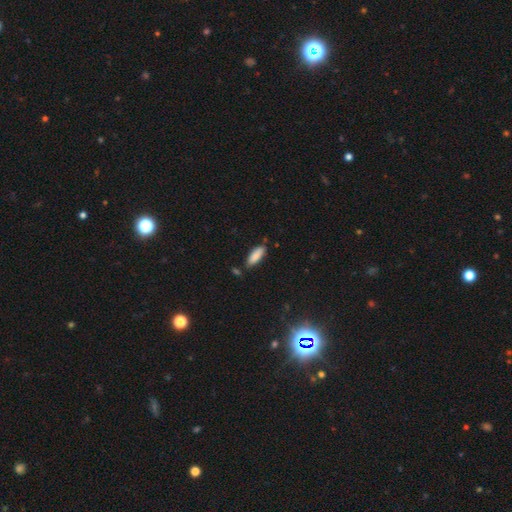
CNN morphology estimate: Smooth or featured?
  - smooth: 87% *
  - featured or disk: 7%
  - star or artifact: 7%
How rounded?
  - in between: 61% *
  - cigar-shaped: 38%
  - round: 2%
Merging?
  - none: 77% *
  - minor disturbance: 15%
  - merger: 5%
  - major disturbance: 3%